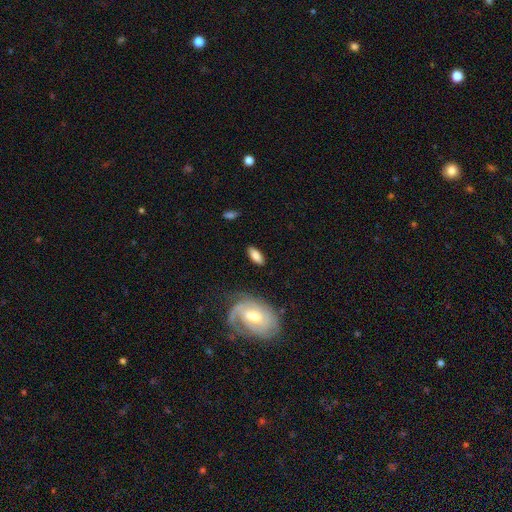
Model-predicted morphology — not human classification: type=smooth (76%); roundness=in between (81%); merging=none (81%).